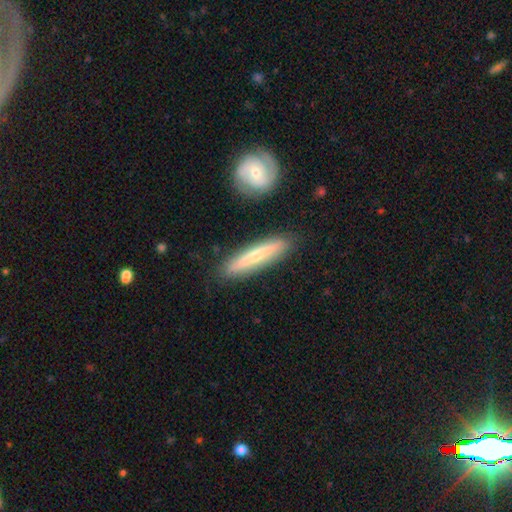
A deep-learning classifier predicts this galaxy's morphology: Smooth or featured? Predicted: smooth (p=0.47, tied with featured or disk). Merging? Predicted: none (p=0.85).